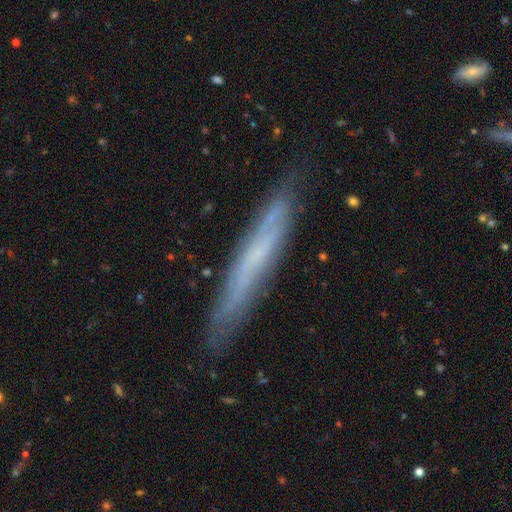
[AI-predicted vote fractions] This is possibly a featured or disk galaxy (50%). It is clearly viewed edge-on (85%). Merging: clearly none (80%).